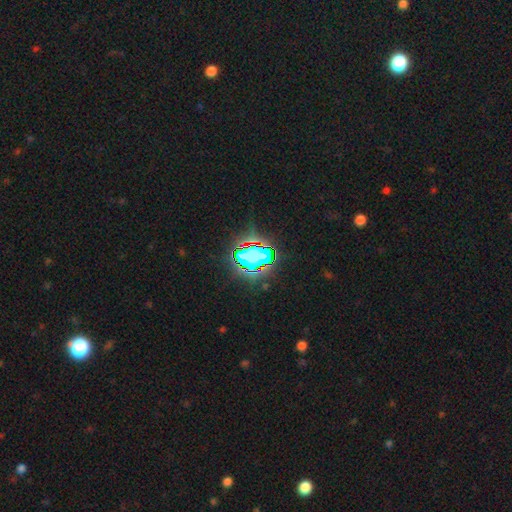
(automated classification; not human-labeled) smooth-or-featured: star or artifact: 73% | smooth: 16% | featured or disk: 11%